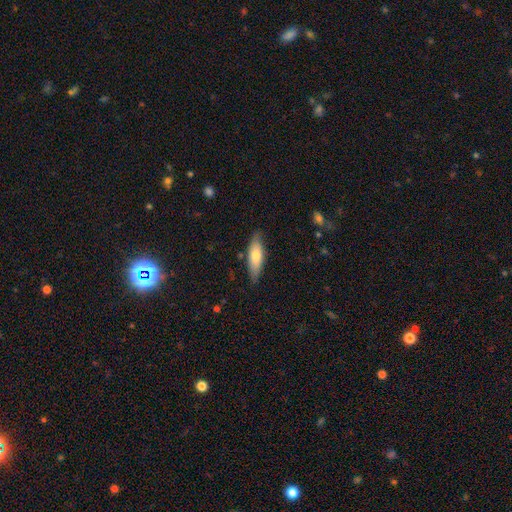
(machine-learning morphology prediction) type=smooth (68%); roundness=in between (57%); merging=none (79%).